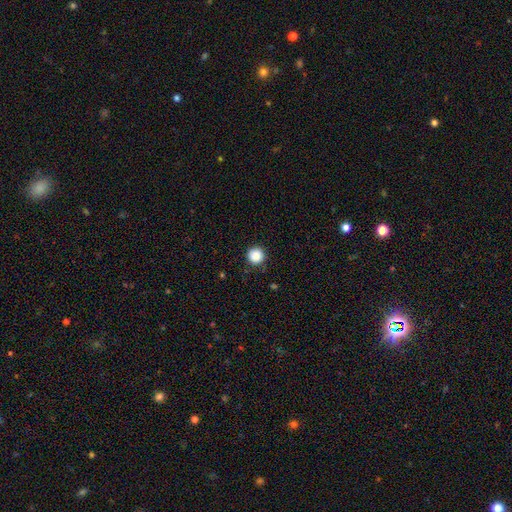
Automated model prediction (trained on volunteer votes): smooth-or-featured: smooth: 87% | star or artifact: 10% | featured or disk: 3%
  how-rounded: round: 96% | in between: 3% | cigar-shaped: 1%
  merging: none: 88% | minor disturbance: 8% | major disturbance: 2% | merger: 1%